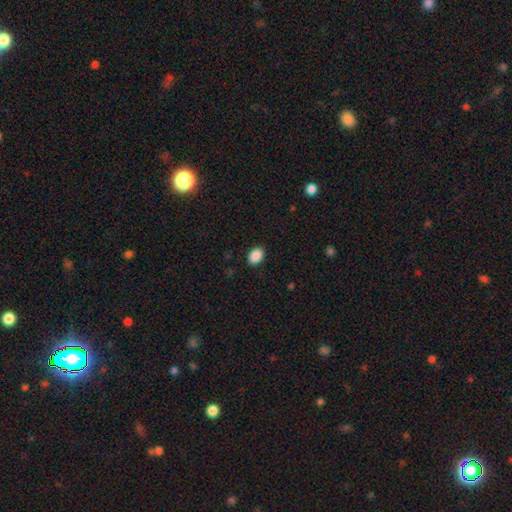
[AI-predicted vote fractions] This is clearly a smooth galaxy (89%). How rounded: likely in between (74%). Merging: clearly none (89%).